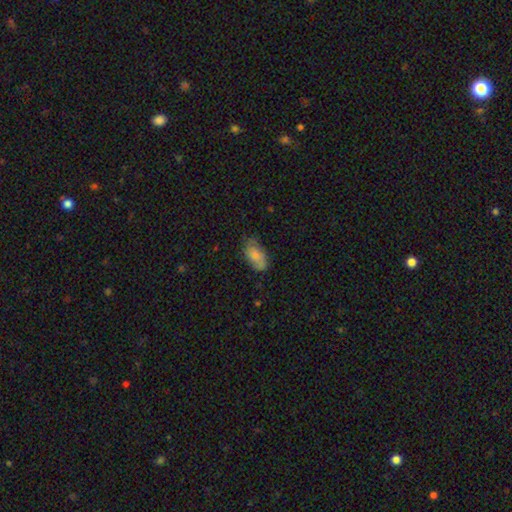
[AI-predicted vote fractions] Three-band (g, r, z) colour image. It shows a smooth galaxy with no disk features (73%) that is in between round and cigar-shaped (93%). Merging: none (64%).